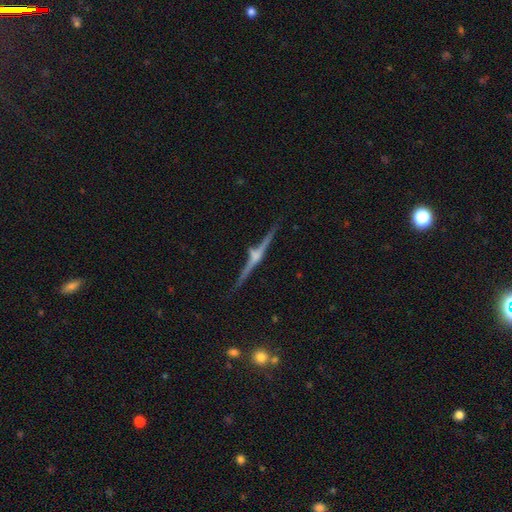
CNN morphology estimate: Smooth or featured: featured or disk — 86% (smooth — 7%)
Edge-on disk: yes — 98% (no — 2%)
Edge-on bulge: rounded — 86% (boxy — 8%)
Merging: none — 87% (minor disturbance — 8%)